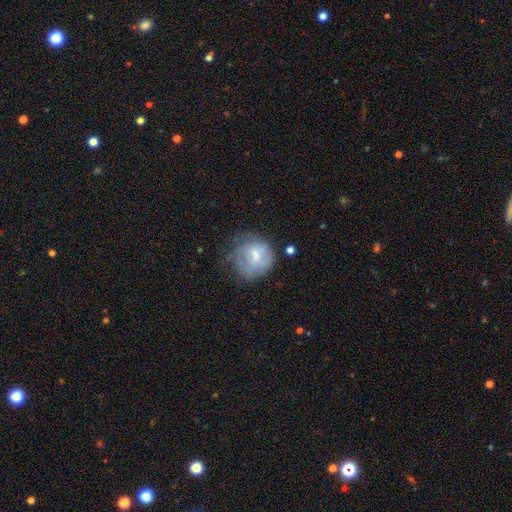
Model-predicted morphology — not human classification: This appears to be a smooth galaxy with no disk features (59%) that is round (78%). Merging: none (42%).